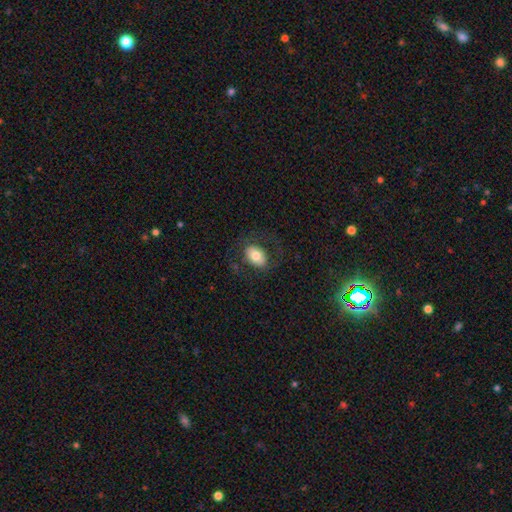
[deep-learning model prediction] Smooth or featured: smooth — 70% (featured or disk — 22%)
How rounded: in between — 77% (round — 22%)
Merging: none — 75% (minor disturbance — 13%)